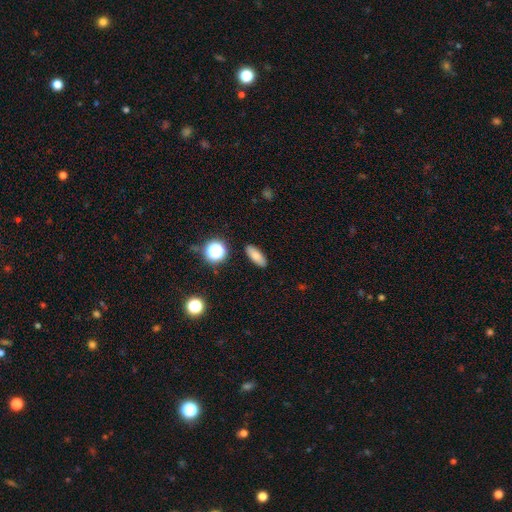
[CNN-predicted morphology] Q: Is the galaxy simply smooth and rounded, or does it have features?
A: smooth — 80%.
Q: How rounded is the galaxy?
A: in between — 69%.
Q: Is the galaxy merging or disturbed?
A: none — 89%.